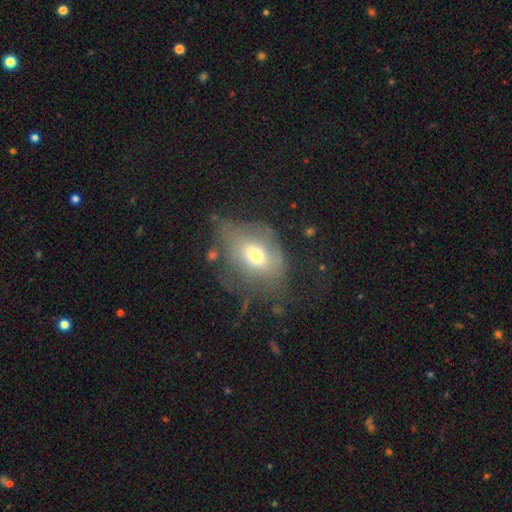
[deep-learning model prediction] smooth-or-featured: smooth: 58% | featured or disk: 31% | star or artifact: 11%
  how-rounded: in between: 74% | round: 24% | cigar-shaped: 2%
  merging: major disturbance: 33% (tied) | none: 33% (tied) | minor disturbance: 30% | merger: 4%